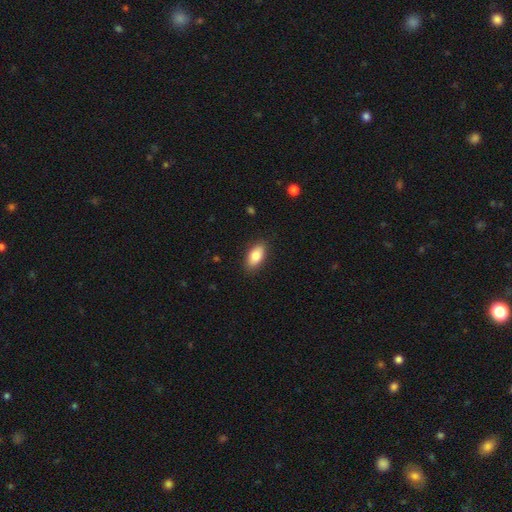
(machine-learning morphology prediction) Overall: smooth (83%). How rounded: in between (91%). Merging: none (87%).